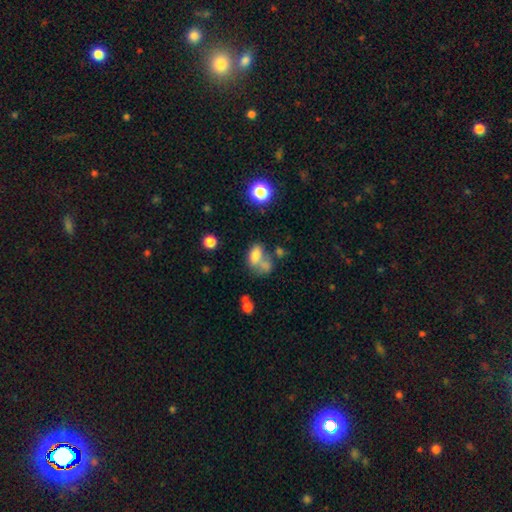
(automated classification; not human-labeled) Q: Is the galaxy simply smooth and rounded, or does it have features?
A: smooth — 73%.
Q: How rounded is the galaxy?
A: in between — 85%.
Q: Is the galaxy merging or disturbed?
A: merger — 47%.